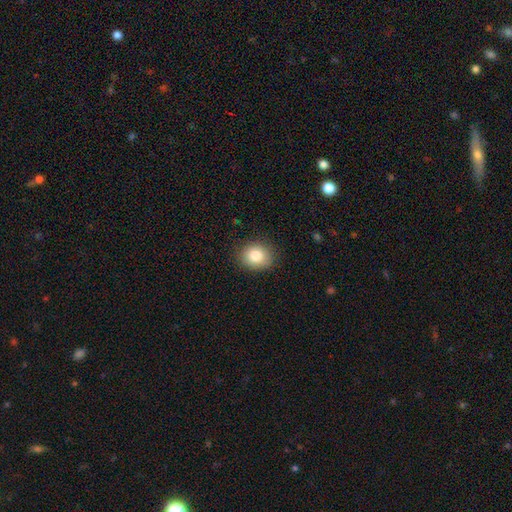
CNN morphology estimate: Smooth or featured: smooth — 84% (star or artifact — 9%)
How rounded: round — 65% (in between — 34%)
Merging: none — 87% (minor disturbance — 9%)